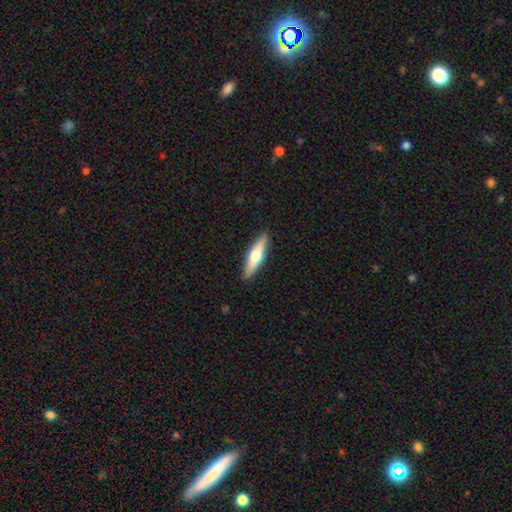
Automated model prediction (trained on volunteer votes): A smooth galaxy with no disk features (51%) that is cigar-shaped (75%).

Vote fractions:
- Smooth or featured? smooth: 51% / featured or disk: 44% / star or artifact: 5%
- How rounded? cigar-shaped: 75% / in between: 23% / round: 2%
- Merging? none: 90% / minor disturbance: 7% / major disturbance: 2% / merger: 1%